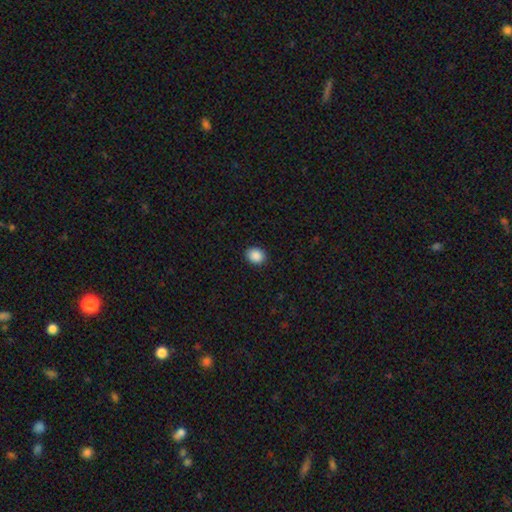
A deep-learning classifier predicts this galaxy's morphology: Smooth or featured: smooth — 89% (star or artifact — 8%)
How rounded: round — 56% (in between — 43%)
Merging: none — 90% (minor disturbance — 7%)